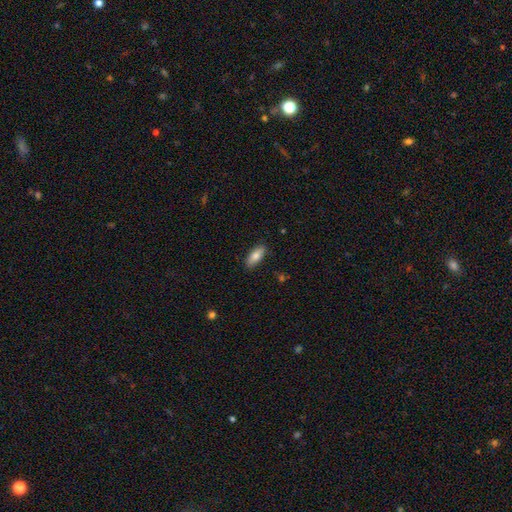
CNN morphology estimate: type=smooth (82%); roundness=in between (81%); merging=none (87%).